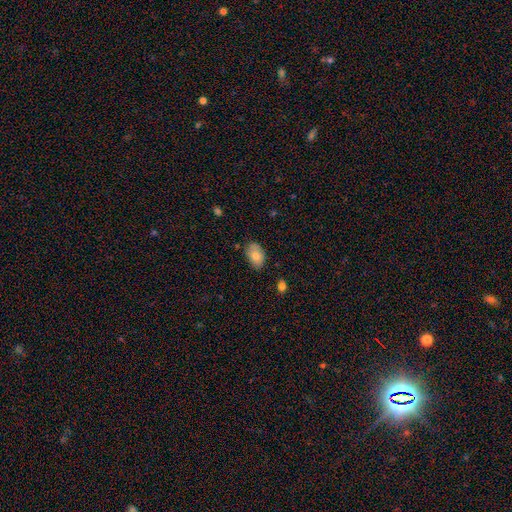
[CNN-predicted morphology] Smooth or featured: smooth — 79% (featured or disk — 14%)
How rounded: in between — 89% (round — 10%)
Merging: none — 77% (minor disturbance — 18%)